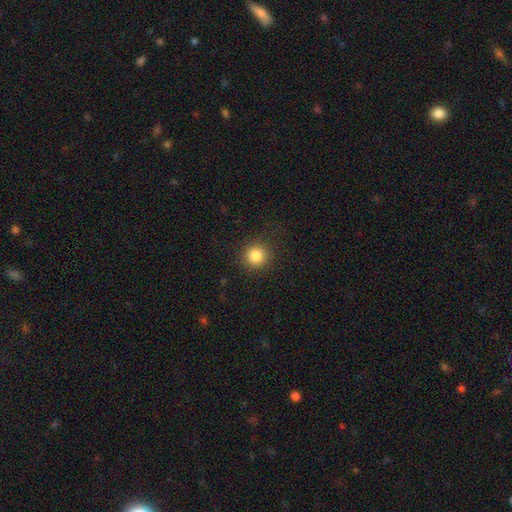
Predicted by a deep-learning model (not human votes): Smooth or featured: smooth — 85% (star or artifact — 11%)
How rounded: round — 94% (in between — 5%)
Merging: none — 89% (minor disturbance — 7%)